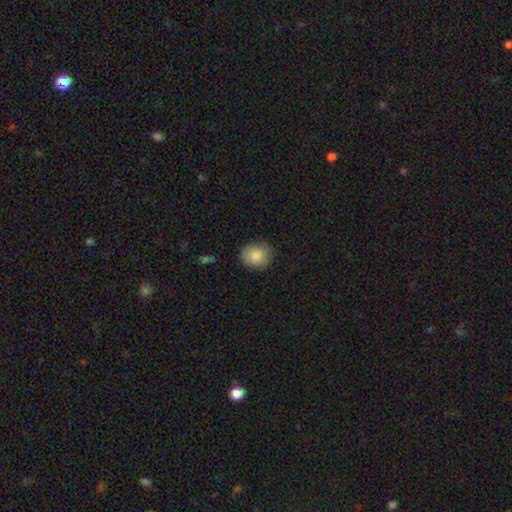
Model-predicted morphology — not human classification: smooth_or_featured: smooth (p=0.84) [alt: featured or disk p=0.08]
how_rounded: round (p=0.74) [alt: in between p=0.25]
merging: none (p=0.81) [alt: minor disturbance p=0.15]